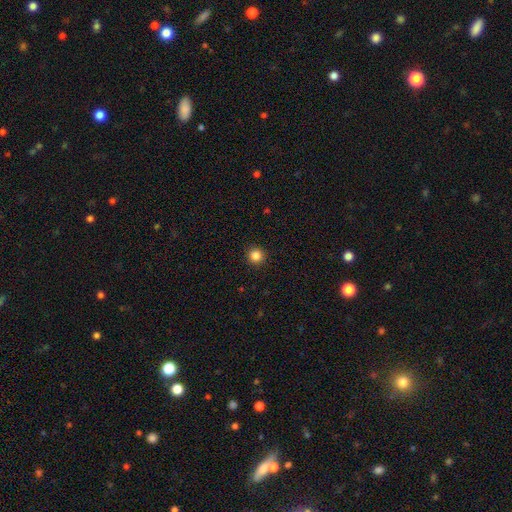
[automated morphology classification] smooth_or_featured: smooth (p=0.85) [alt: star or artifact p=0.12]
how_rounded: round (p=0.95) [alt: in between p=0.04]
merging: none (p=0.93) [alt: minor disturbance p=0.04]